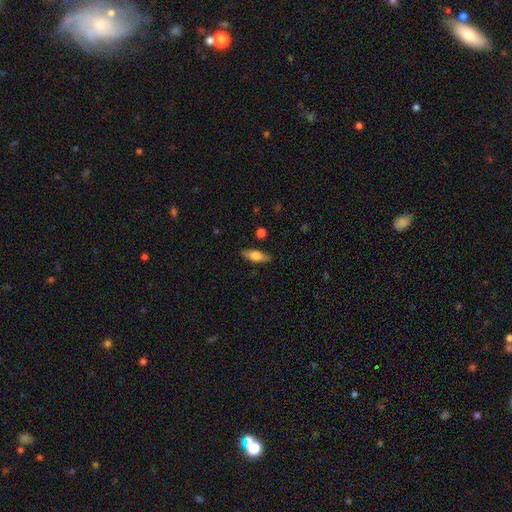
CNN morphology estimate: Smooth or featured? smooth (68%)
How rounded? in between (63%)
Merging? none (85%)